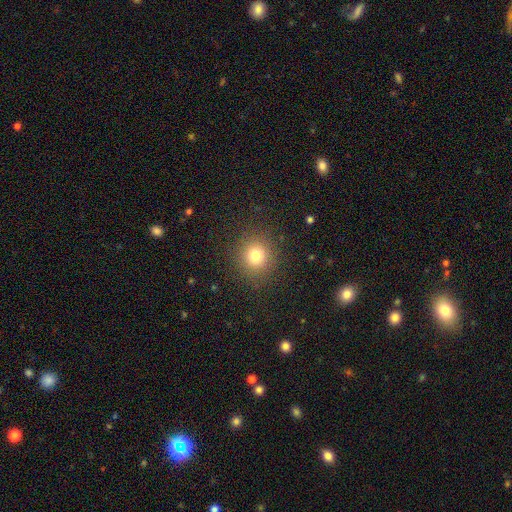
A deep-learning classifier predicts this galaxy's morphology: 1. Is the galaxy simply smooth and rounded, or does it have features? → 77% smooth, 15% star or artifact, 8% featured or disk.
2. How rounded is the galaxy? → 89% round, 10% in between, 1% cigar-shaped.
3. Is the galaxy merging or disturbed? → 88% none, 7% minor disturbance, 3% major disturbance, 1% merger.